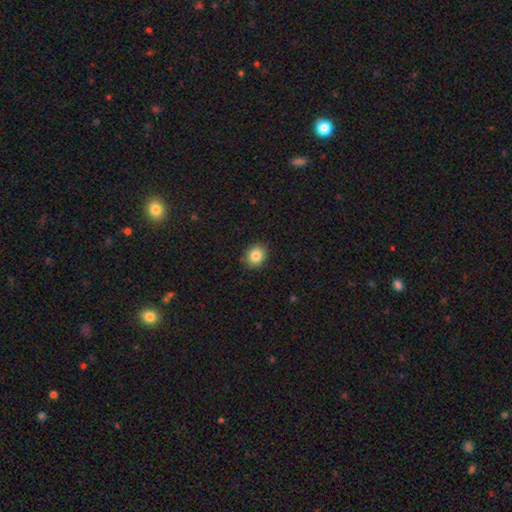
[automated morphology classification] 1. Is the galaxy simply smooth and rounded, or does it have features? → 83% smooth, 10% star or artifact, 7% featured or disk.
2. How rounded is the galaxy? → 70% round, 30% in between, 1% cigar-shaped.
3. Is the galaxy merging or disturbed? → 90% none, 8% minor disturbance, 2% major disturbance, 1% merger.